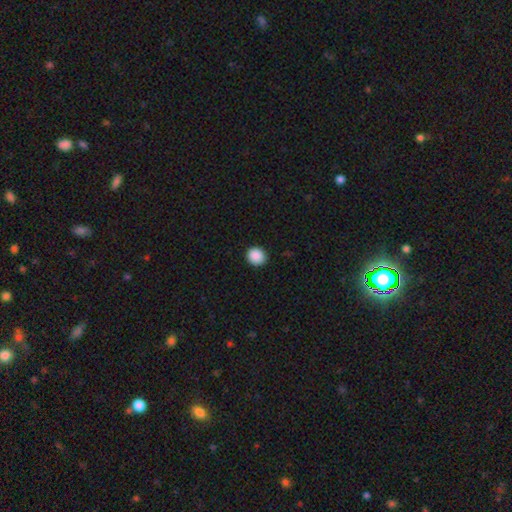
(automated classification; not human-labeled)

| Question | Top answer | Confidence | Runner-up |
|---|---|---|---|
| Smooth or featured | smooth | 89% | star or artifact (8%) |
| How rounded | round | 85% | in between (14%) |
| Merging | none | 91% | minor disturbance (6%) |